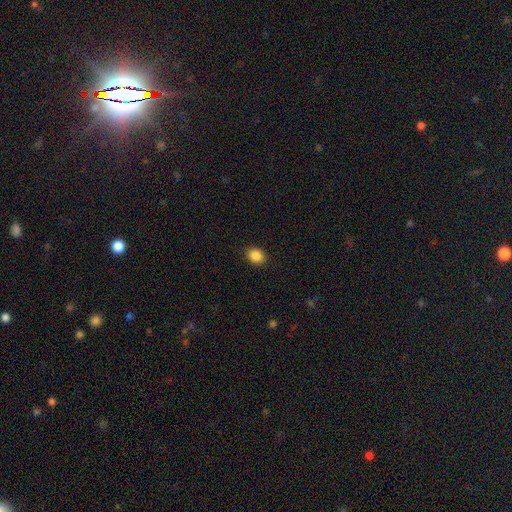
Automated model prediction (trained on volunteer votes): Smooth or featured? smooth (87%)
How rounded? round (55%)
Merging? none (90%)